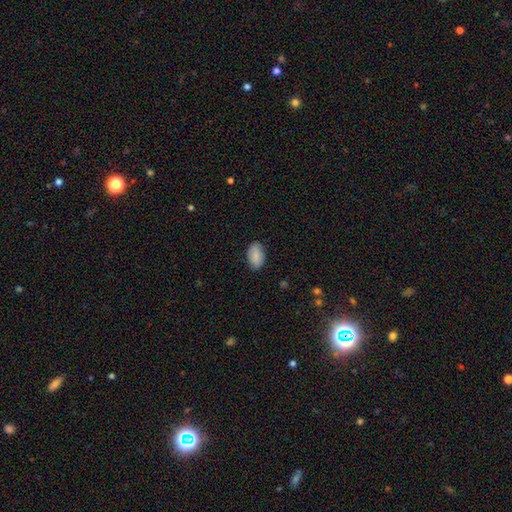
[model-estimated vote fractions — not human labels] This appears to be a smooth galaxy with no disk features (79%) that is in between round and cigar-shaped (92%). Merging: none (80%).